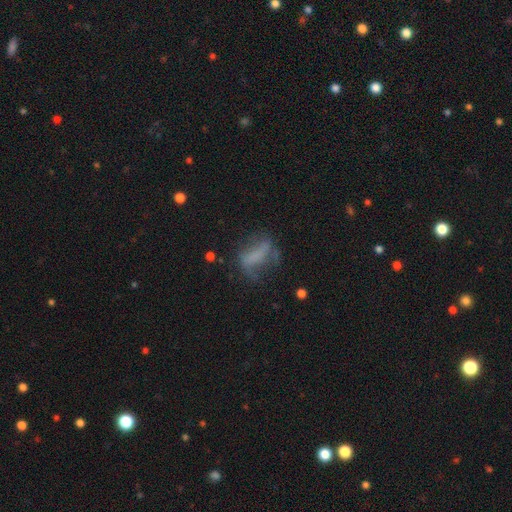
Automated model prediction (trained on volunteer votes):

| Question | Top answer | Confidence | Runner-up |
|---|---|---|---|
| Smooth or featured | smooth | 45% | featured or disk (40%) |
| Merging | none | 40% | major disturbance (30%) |